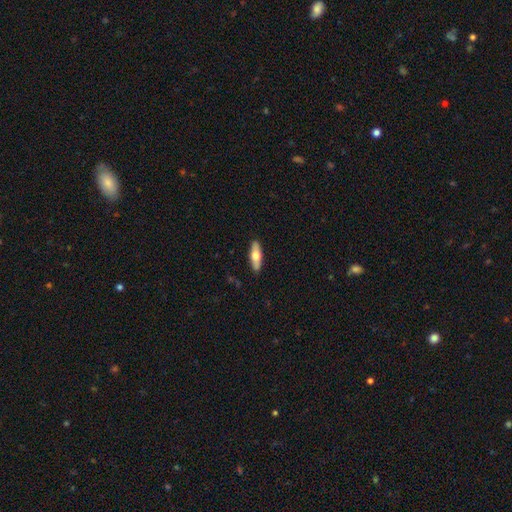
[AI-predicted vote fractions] Smooth or featured? smooth (57%)
How rounded? in between (50%)
Merging? none (90%)